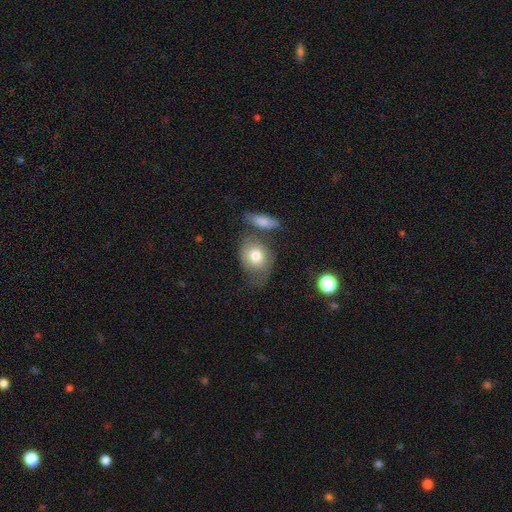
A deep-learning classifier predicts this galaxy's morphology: The model was most divided on "how rounded": in between: 58%, round: 40%, cigar-shaped: 2%. Remaining: smooth or featured — smooth (72%); merging — none (44%).